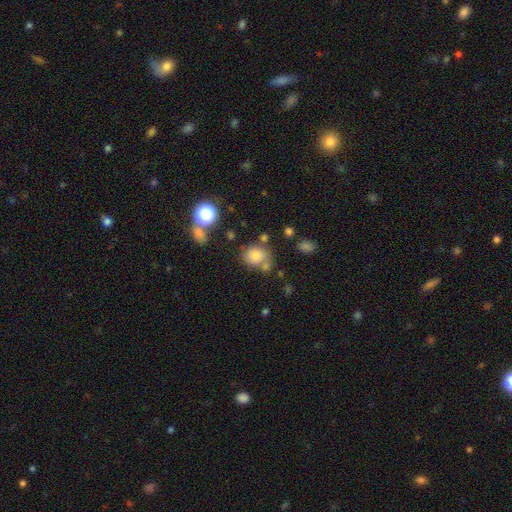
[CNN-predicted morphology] smooth_or_featured: smooth (p=0.78) [alt: star or artifact p=0.13]
how_rounded: round (p=0.67) [alt: in between p=0.32]
merging: none (p=0.61) [alt: merger p=0.17]